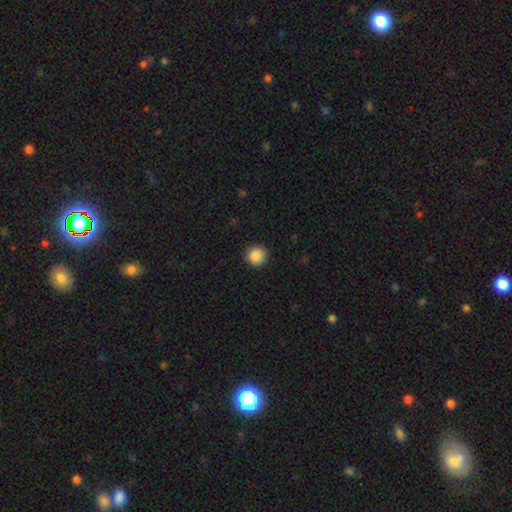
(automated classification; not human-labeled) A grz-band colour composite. It shows a smooth galaxy with no disk features (89%) that is round (94%). Merging: none (92%).